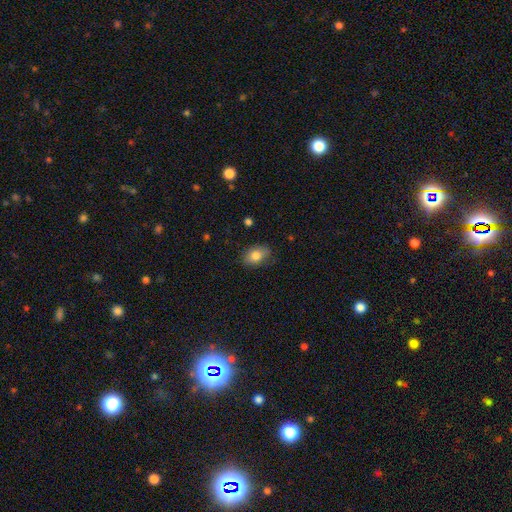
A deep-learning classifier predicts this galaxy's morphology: Q: Smooth or featured?
A: smooth (80%); runner-up: featured or disk (12%)
Q: How rounded?
A: in between (82%); runner-up: round (16%)
Q: Merging?
A: none (80%); runner-up: minor disturbance (15%)